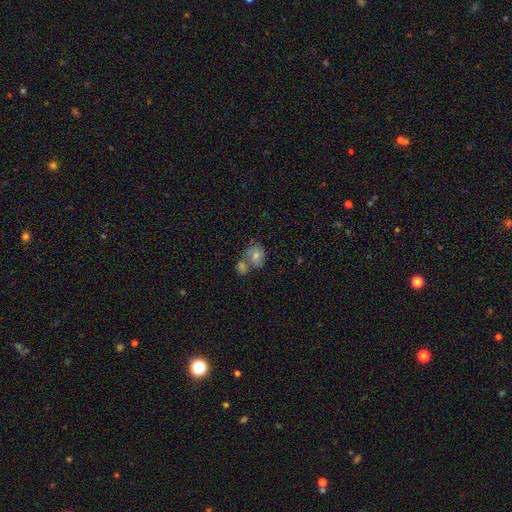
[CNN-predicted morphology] This is possibly a smooth galaxy (51%). How rounded: possibly round (59%). Merging: marginally none (41%).